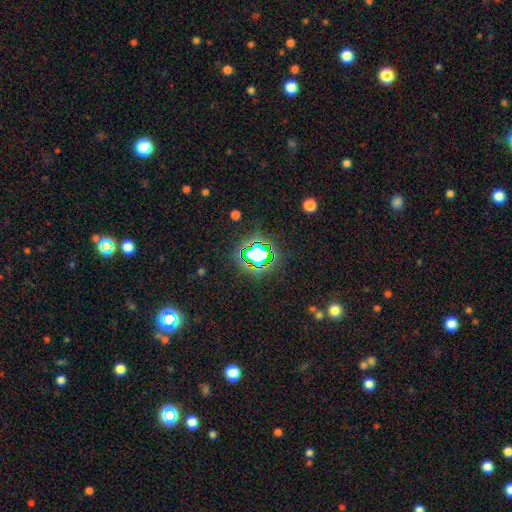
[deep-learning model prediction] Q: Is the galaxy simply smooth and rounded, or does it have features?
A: star or artifact — 66%.